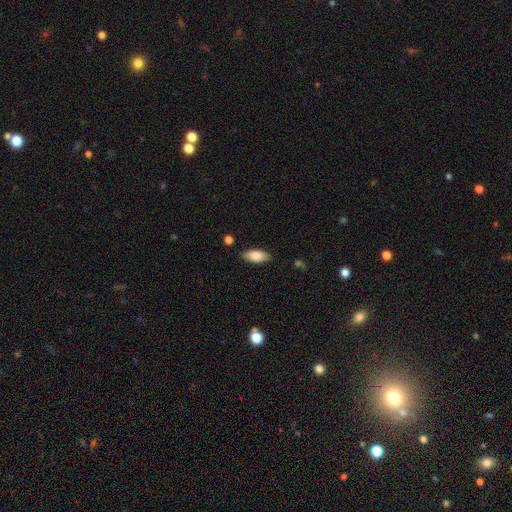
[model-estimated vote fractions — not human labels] This appears to be a smooth galaxy with no disk features (84%) that is in between round and cigar-shaped (87%). Merging: none (84%).